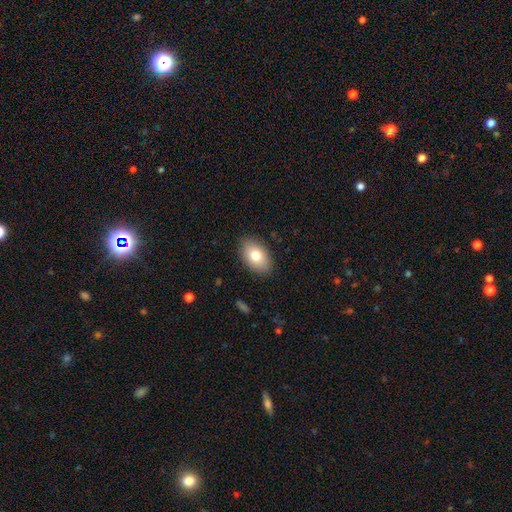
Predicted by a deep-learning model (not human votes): The model was most divided on "smooth or featured": smooth: 78%, featured or disk: 14%, star or artifact: 8%. More confident: how rounded — in between (89%); merging — none (88%).